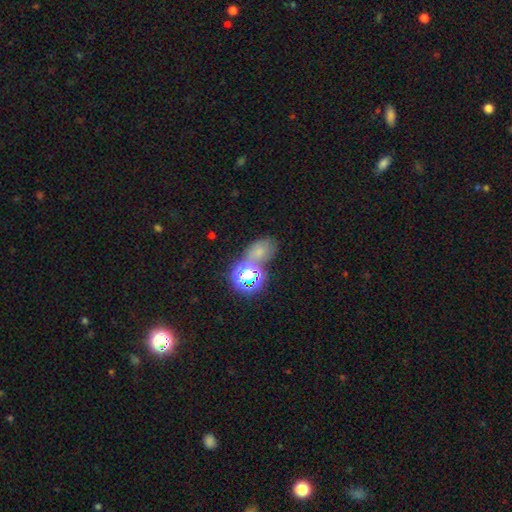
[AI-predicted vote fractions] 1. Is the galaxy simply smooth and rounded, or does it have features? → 50% star or artifact, 37% smooth, 13% featured or disk.